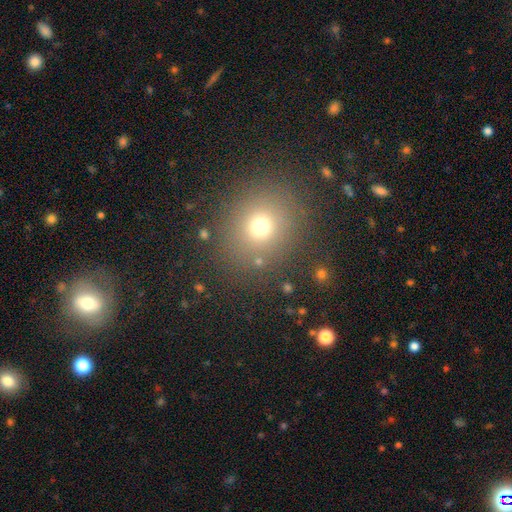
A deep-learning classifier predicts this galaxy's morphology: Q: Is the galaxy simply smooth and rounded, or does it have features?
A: smooth — 66%.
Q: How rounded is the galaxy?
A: round — 78%.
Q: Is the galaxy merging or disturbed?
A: none — 87%.